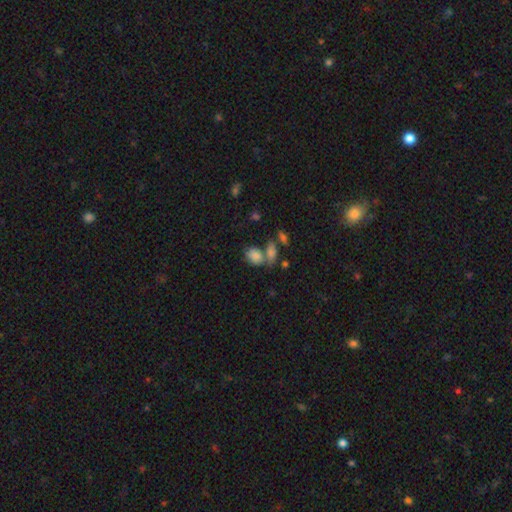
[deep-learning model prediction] smooth 81%, star or artifact 10%, featured or disk 9%. Down the decision tree: how rounded — in between (68%); merging — none (41%).